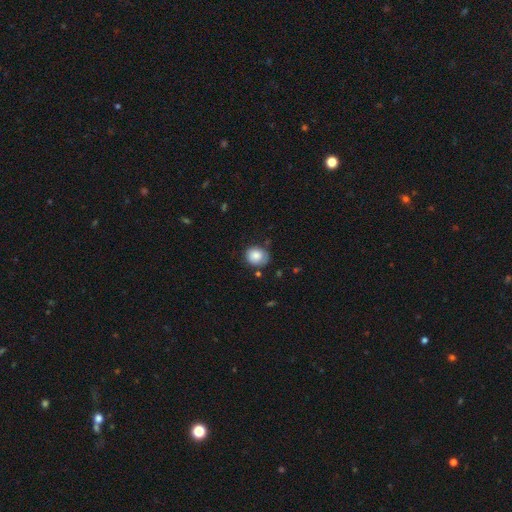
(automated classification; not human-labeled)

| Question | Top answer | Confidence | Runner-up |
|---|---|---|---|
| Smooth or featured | smooth | 82% | featured or disk (10%) |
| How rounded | round | 73% | in between (26%) |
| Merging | none | 67% | minor disturbance (24%) |